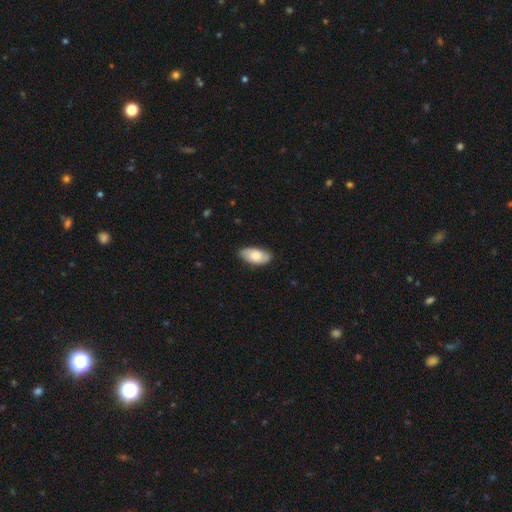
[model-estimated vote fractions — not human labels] The model was most divided on "smooth or featured": smooth: 73%, featured or disk: 21%, star or artifact: 6%. More confident: how rounded — in between (93%); merging — none (83%).